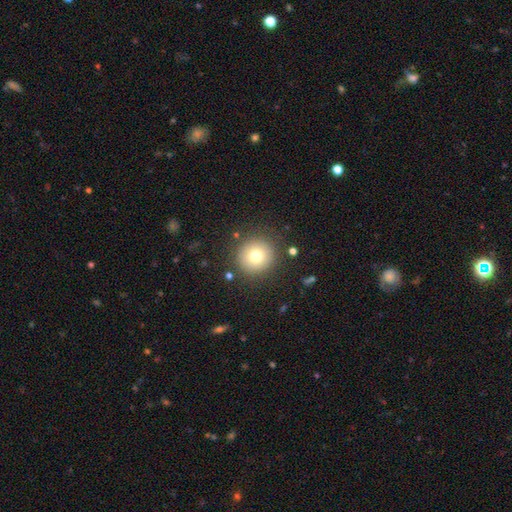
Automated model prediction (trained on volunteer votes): smooth_or_featured: smooth (p=0.75) [alt: featured or disk p=0.13]
how_rounded: round (p=0.94) [alt: in between p=0.05]
merging: none (p=0.87) [alt: minor disturbance p=0.08]